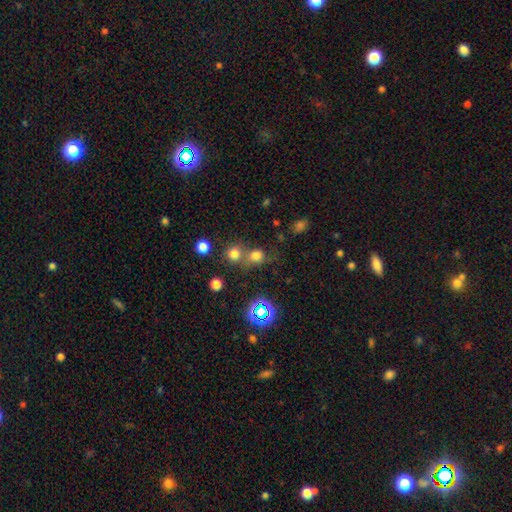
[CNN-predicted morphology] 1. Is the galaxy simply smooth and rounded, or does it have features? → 71% smooth, 21% star or artifact, 8% featured or disk.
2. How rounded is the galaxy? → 81% round, 18% in between, 1% cigar-shaped.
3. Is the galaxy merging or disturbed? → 51% none, 35% merger, 9% minor disturbance, 5% major disturbance.